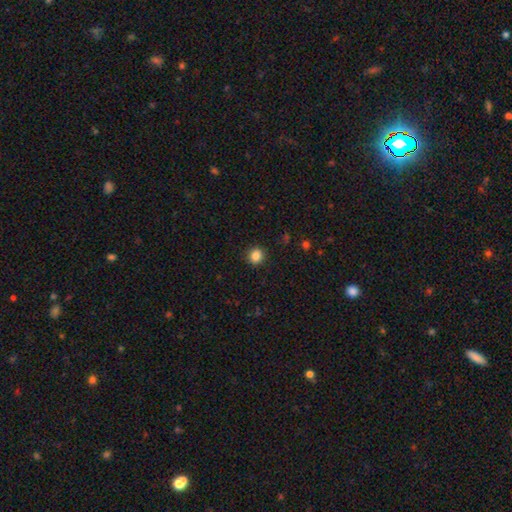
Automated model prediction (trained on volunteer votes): smooth 85%, star or artifact 11%, featured or disk 4%. Down the decision tree: how rounded — round (82%); merging — none (91%).